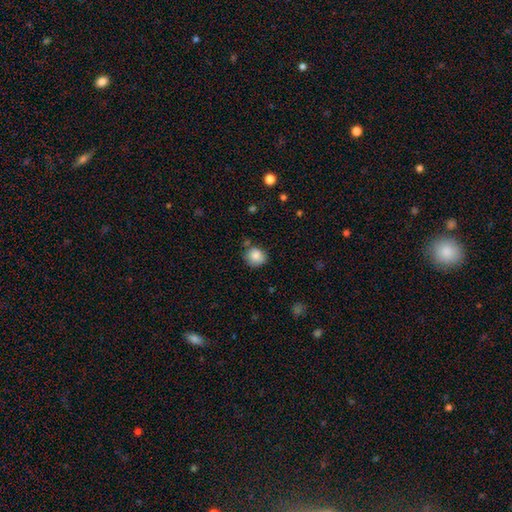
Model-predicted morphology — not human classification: A smooth galaxy with no disk features (84%) that is round (82%). Merging: none (69%).